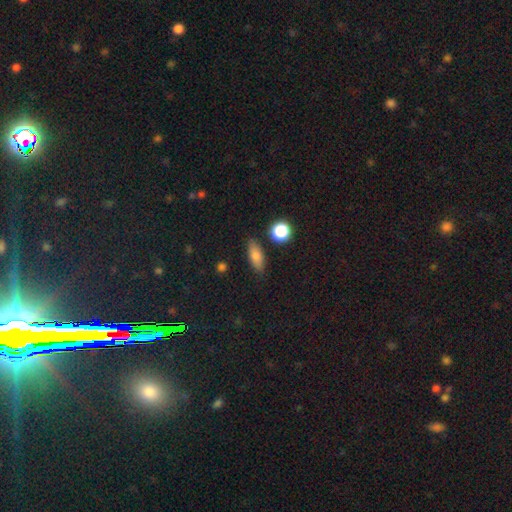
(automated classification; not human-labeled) This appears to be a smooth galaxy with no disk features (79%) that is in between round and cigar-shaped (68%). Merging: none (84%).